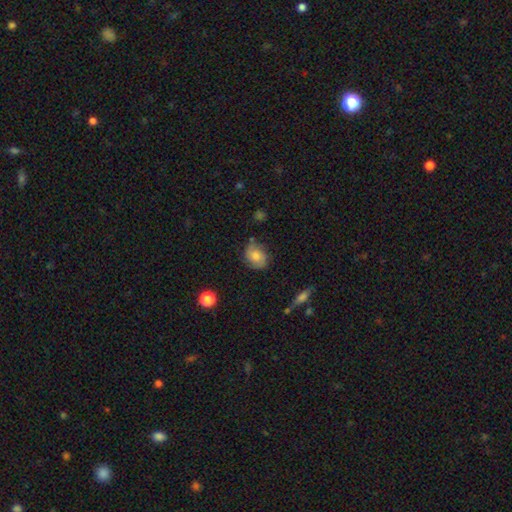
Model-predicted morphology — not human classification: Smooth or featured: smooth — 57% (featured or disk — 34%)
How rounded: in between — 51% (round — 48%)
Merging: none — 70% (minor disturbance — 22%)